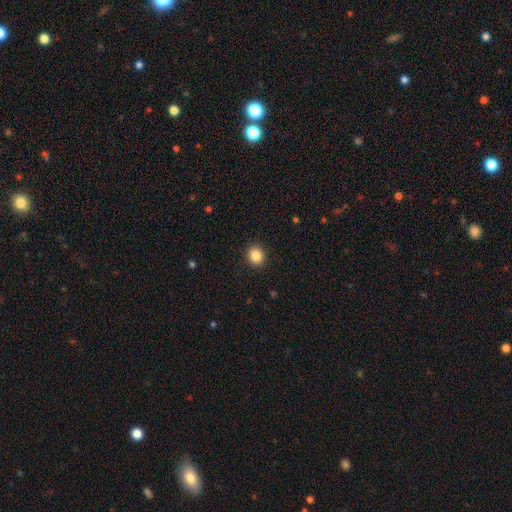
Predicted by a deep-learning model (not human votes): Smooth or featured: smooth — 86% (star or artifact — 10%)
How rounded: round — 79% (in between — 20%)
Merging: none — 91% (minor disturbance — 6%)